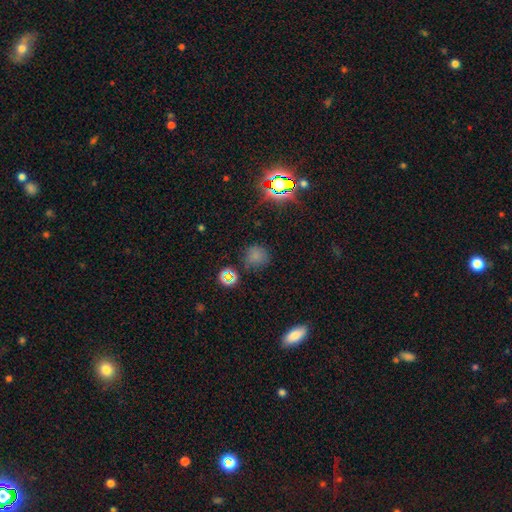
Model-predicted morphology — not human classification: Smooth or featured?
  - smooth: 65% *
  - star or artifact: 29%
  - featured or disk: 7%
How rounded?
  - round: 89% *
  - in between: 10%
  - cigar-shaped: 1%
Merging?
  - none: 76% *
  - minor disturbance: 15%
  - major disturbance: 5%
  - merger: 3%